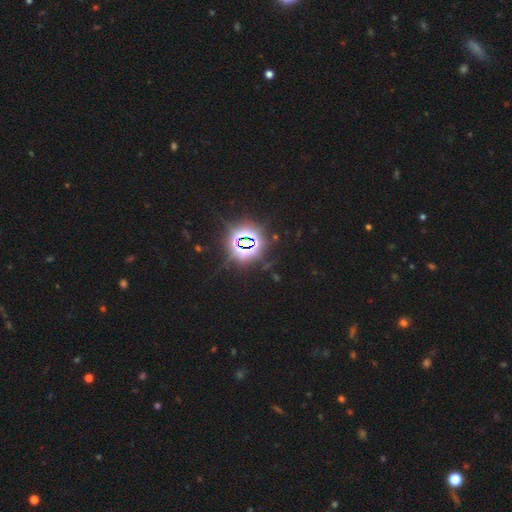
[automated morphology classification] Smooth or featured? star or artifact (86%)